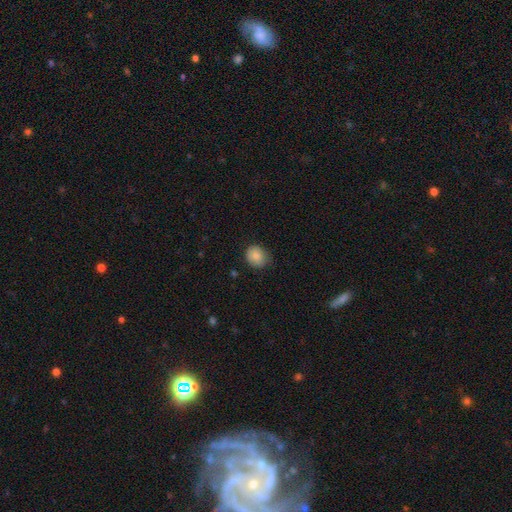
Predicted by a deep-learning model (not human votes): Overall: smooth (84%). How rounded: round (66%; in between 33%). Merging: none (69%).